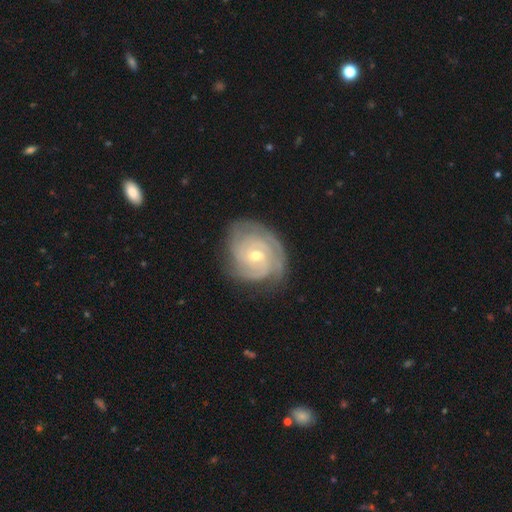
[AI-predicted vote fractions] Morphology: type=featured or disk (85%); edge-on=no (97%); bar=no (62%); spiral arms=yes (96%); winding=tight (76%); arm count=3 (31%); bulge=small (49%); merging=none (72%).